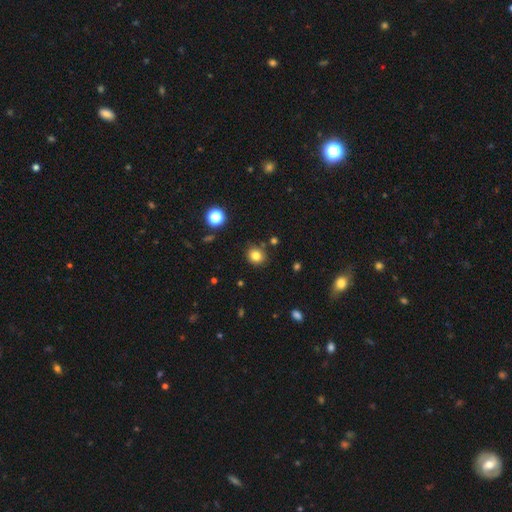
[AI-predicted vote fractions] smooth_or_featured: smooth (p=0.80) [alt: star or artifact p=0.13]
how_rounded: round (p=0.84) [alt: in between p=0.15]
merging: none (p=0.85) [alt: minor disturbance p=0.09]